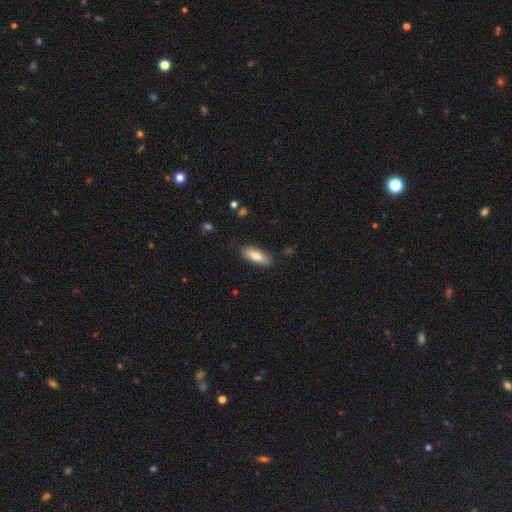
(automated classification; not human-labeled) Smooth or featured? smooth (81%)
How rounded? in between (72%)
Merging? none (82%)